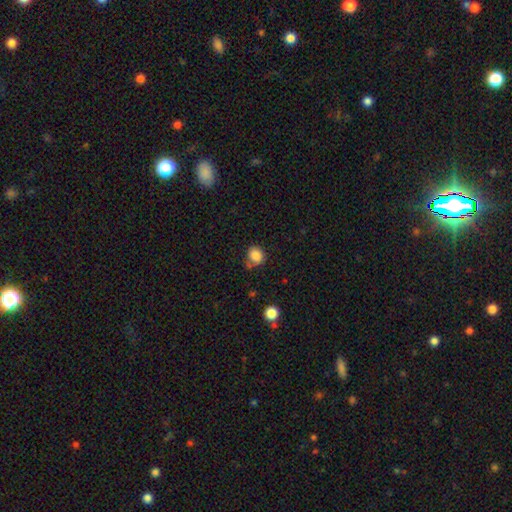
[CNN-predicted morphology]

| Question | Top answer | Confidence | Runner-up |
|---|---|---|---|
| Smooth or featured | smooth | 85% | star or artifact (10%) |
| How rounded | round | 72% | in between (27%) |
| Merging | none | 63% | minor disturbance (23%) |